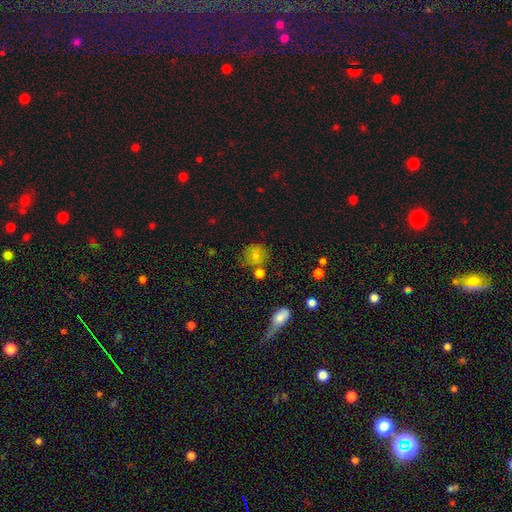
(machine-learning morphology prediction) type=smooth (76%); roundness=round (79%); merging=none (62%).